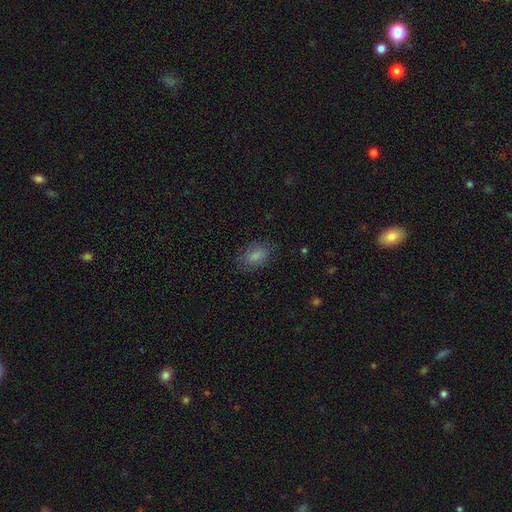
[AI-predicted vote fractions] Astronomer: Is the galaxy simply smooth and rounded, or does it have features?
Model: smooth — 83%.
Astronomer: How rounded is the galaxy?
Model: in between — 86%.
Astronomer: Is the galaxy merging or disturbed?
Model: none — 80%.